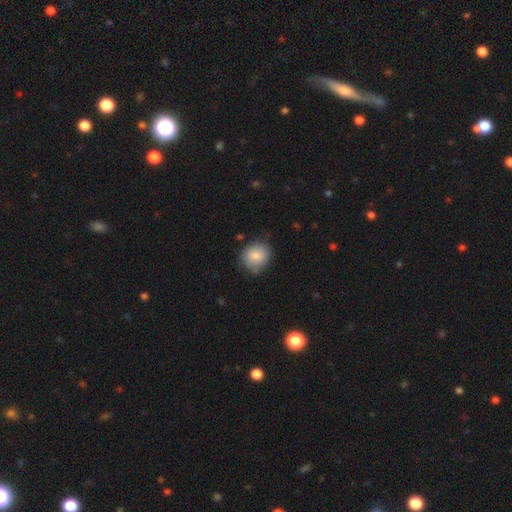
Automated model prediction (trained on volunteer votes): A smooth galaxy with no disk features (84%) that is round (76%).

Vote fractions:
- Smooth or featured? smooth: 84% / featured or disk: 8% / star or artifact: 8%
- How rounded? round: 76% / in between: 23% / cigar-shaped: 1%
- Merging? none: 76% / minor disturbance: 18% / major disturbance: 4% / merger: 2%